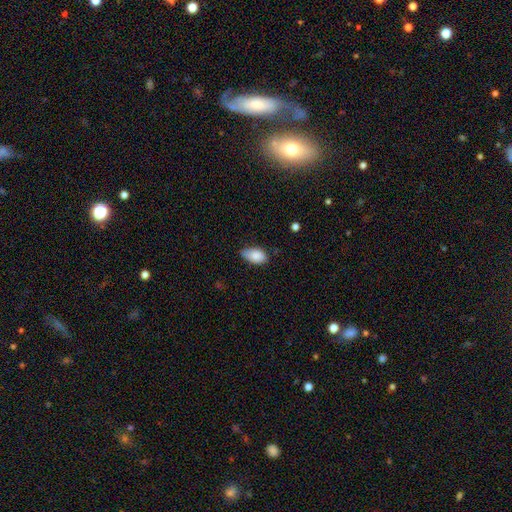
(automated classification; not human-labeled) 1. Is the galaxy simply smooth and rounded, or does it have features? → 86% smooth, 7% featured or disk, 7% star or artifact.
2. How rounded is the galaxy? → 94% in between, 4% round, 2% cigar-shaped.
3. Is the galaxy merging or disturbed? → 60% none, 33% minor disturbance, 5% major disturbance, 2% merger.